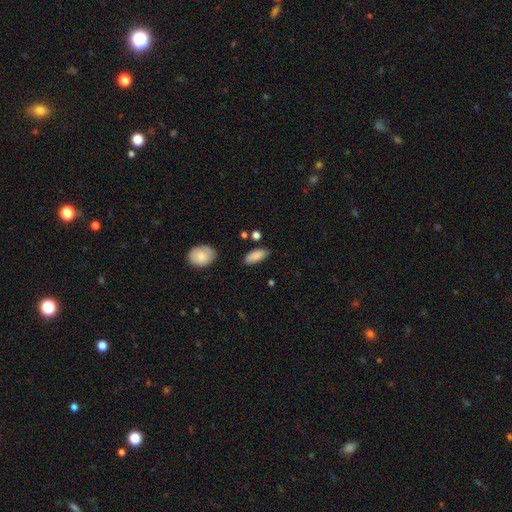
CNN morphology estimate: A smooth galaxy with no disk features (87%) that is in between round and cigar-shaped (84%). Merging: none (79%).